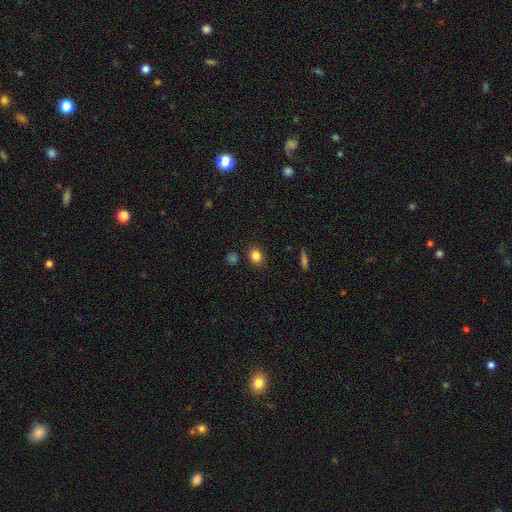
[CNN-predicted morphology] Smooth or featured? smooth (84%)
How rounded? round (65%)
Merging? none (87%)